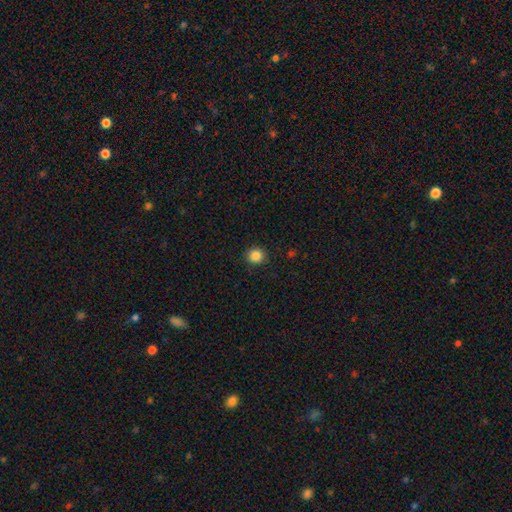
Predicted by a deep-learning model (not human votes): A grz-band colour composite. It shows a smooth galaxy with no disk features (86%) that is round (90%). Merging: none (91%).